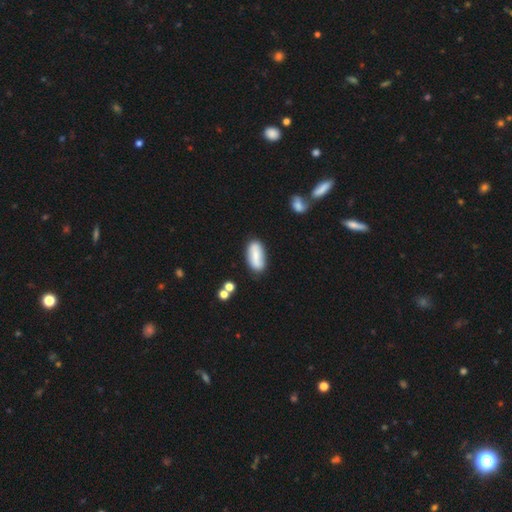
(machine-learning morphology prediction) smooth_or_featured: smooth (p=0.66) [alt: featured or disk p=0.27]
how_rounded: in between (p=0.87) [alt: cigar-shaped p=0.10]
merging: none (p=0.76) [alt: minor disturbance p=0.16]